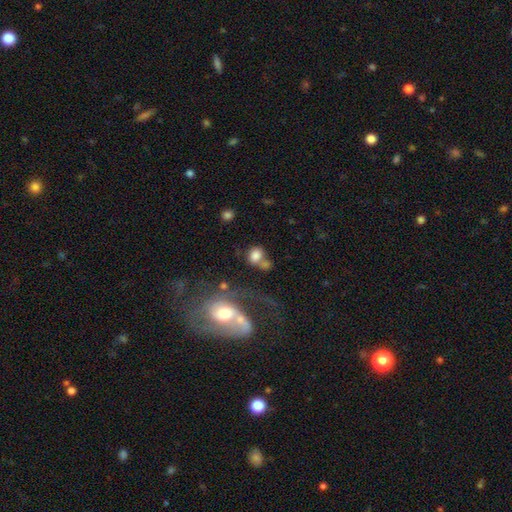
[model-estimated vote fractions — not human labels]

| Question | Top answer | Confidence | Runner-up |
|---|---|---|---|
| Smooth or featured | smooth | 75% | featured or disk (14%) |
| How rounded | round | 58% | in between (41%) |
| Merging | merger | 42% | none (34%) |